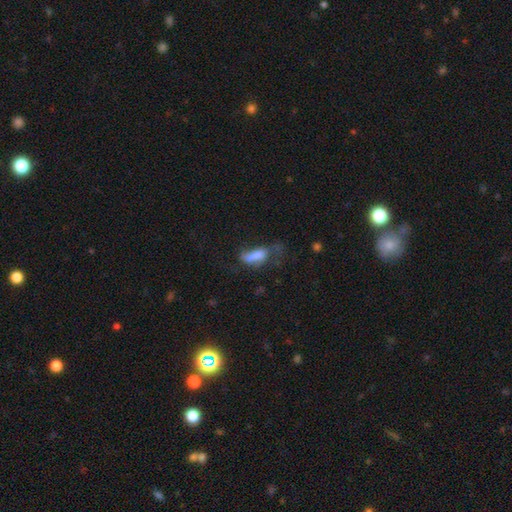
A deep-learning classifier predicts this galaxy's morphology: Q: Smooth or featured?
A: smooth (67%); runner-up: featured or disk (22%)
Q: How rounded?
A: in between (66%); runner-up: cigar-shaped (30%)
Q: Merging?
A: major disturbance (41%); runner-up: minor disturbance (26%)